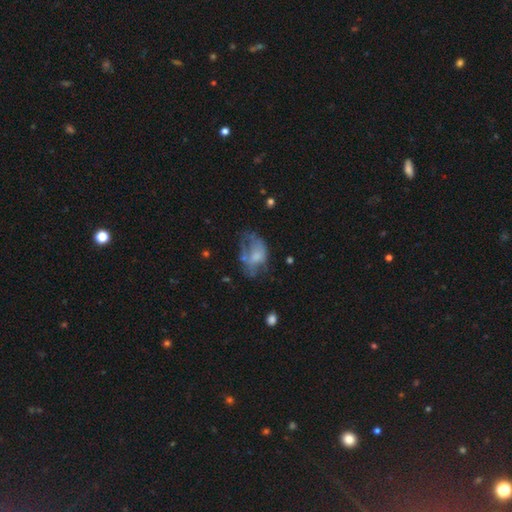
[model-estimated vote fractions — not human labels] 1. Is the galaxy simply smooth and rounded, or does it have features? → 46% smooth, 43% featured or disk, 10% star or artifact.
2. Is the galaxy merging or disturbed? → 38% major disturbance, 31% none, 26% minor disturbance, 5% merger.